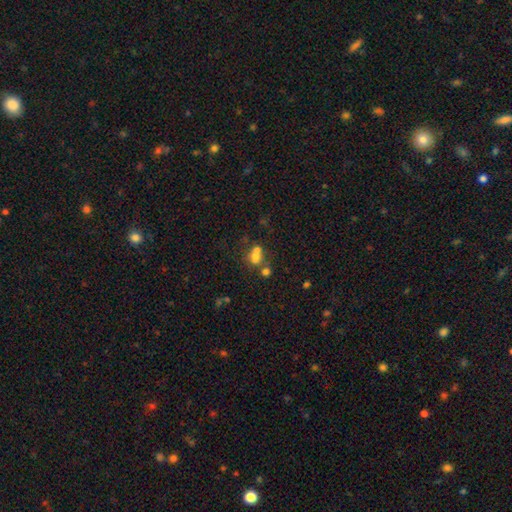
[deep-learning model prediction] smooth-or-featured: smooth: 62% | featured or disk: 20% | star or artifact: 17%
  how-rounded: round: 60% | in between: 39% | cigar-shaped: 1%
  merging: merger: 52% | none: 33% | minor disturbance: 9% | major disturbance: 6%